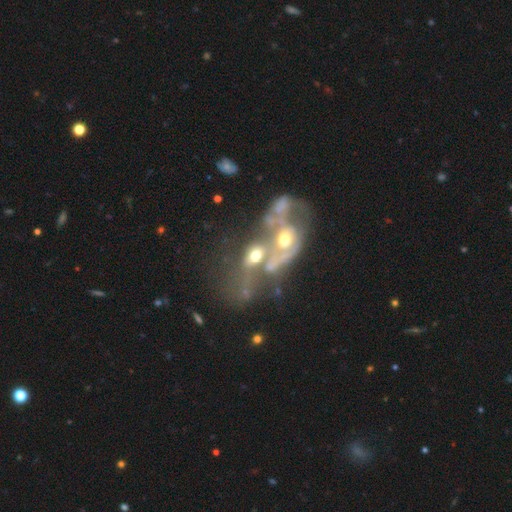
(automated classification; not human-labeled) Overall: featured or disk (49%; smooth 36%). Merging: merger (68%).